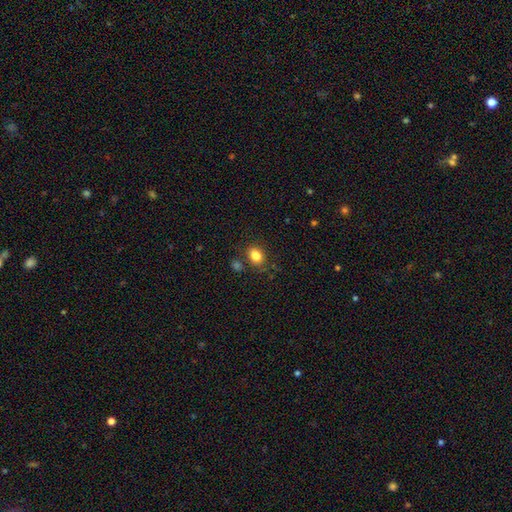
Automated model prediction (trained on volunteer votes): A smooth galaxy with no disk features (83%) that is in between round and cigar-shaped (63%). Merging: none (76%).